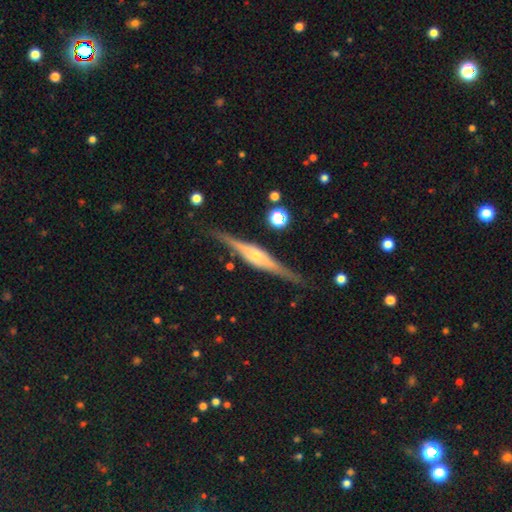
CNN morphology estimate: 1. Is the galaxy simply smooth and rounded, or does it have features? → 83% featured or disk, 11% smooth, 6% star or artifact.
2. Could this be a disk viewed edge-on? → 97% yes, 3% no.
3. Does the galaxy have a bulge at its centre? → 75% rounded, 20% boxy, 5% none.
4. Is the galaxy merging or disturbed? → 86% none, 9% minor disturbance, 2% major disturbance, 2% merger.